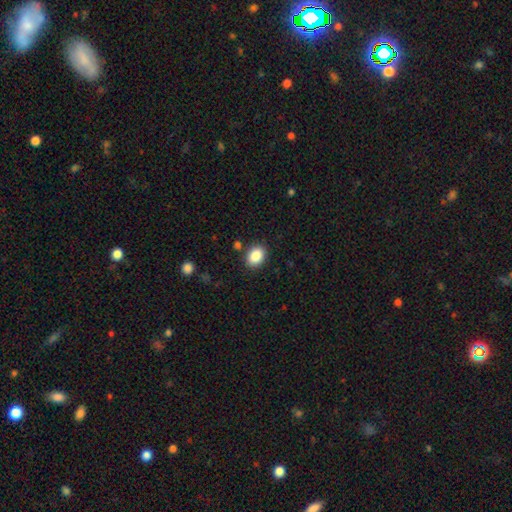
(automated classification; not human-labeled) smooth_or_featured: smooth (p=0.88) [alt: star or artifact p=0.08]
how_rounded: in between (p=0.69) [alt: round p=0.30]
merging: none (p=0.87) [alt: minor disturbance p=0.09]